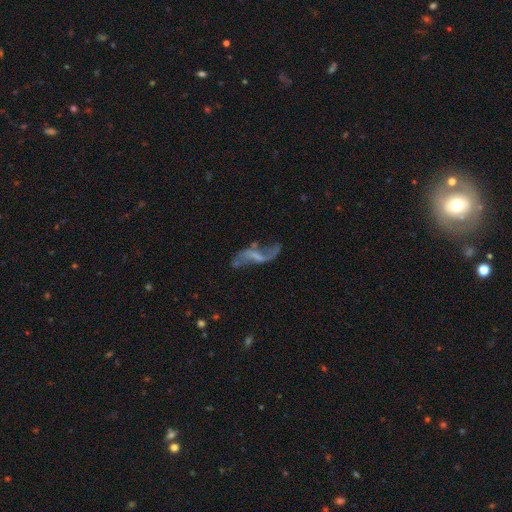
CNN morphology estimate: This is clearly a featured or disk galaxy (82%). It is clearly not viewed edge-on (94%). Bar: marginally weak (44%). Spiral arm pattern: clearly yes (89%). Spiral arm count: clearly 2 (90%). Spiral winding: clearly loose (91%). Central bulge: possibly none (57%). Merging: possibly none (59%).